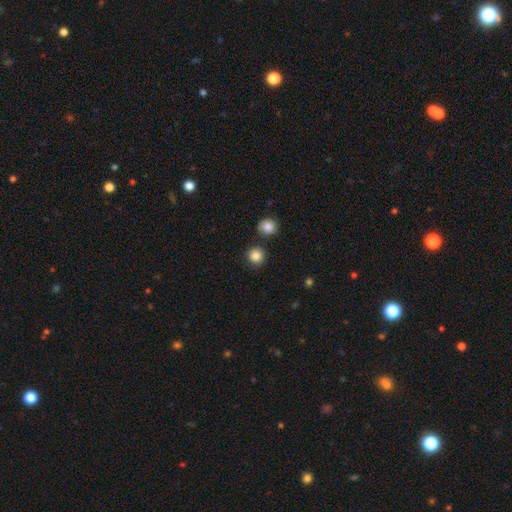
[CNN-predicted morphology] This appears to be a smooth galaxy with no disk features (86%) that is round (92%). Merging: none (84%).